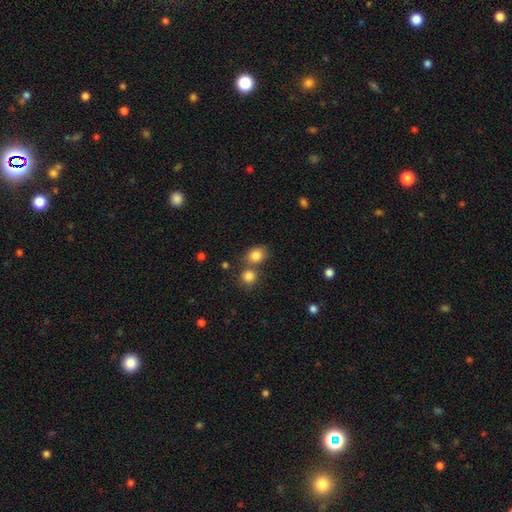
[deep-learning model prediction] smooth-or-featured: smooth: 83% | star or artifact: 10% | featured or disk: 7%
  how-rounded: round: 59% | in between: 40% | cigar-shaped: 1%
  merging: none: 57% | merger: 29% | minor disturbance: 10% | major disturbance: 3%